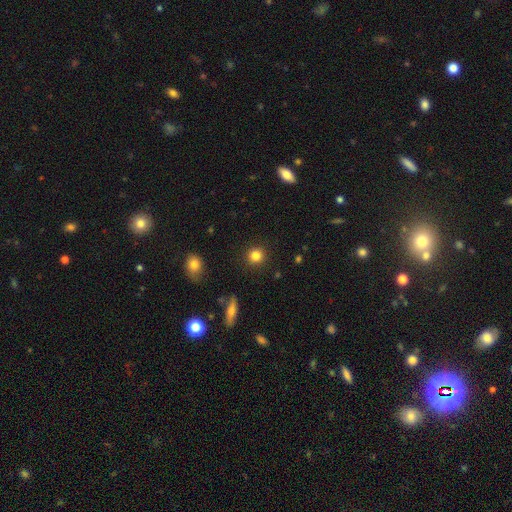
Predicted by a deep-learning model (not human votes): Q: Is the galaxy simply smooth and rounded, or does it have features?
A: smooth — 84%.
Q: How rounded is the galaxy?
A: round — 92%.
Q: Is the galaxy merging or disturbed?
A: none — 91%.